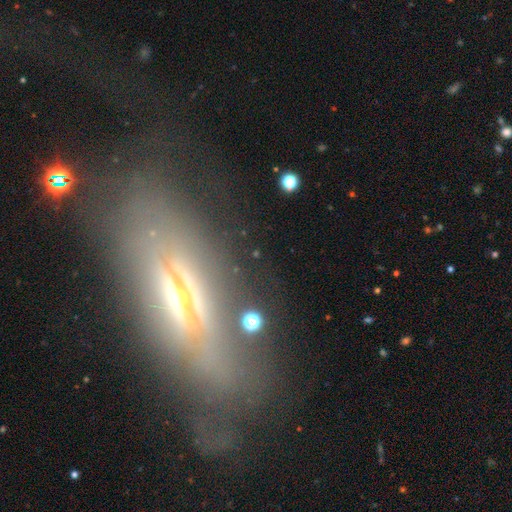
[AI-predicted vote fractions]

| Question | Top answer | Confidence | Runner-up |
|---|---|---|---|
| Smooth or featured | featured or disk | 71% | smooth (18%) |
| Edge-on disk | yes | 67% | no (33%) |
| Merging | none | 59% | minor disturbance (20%) |